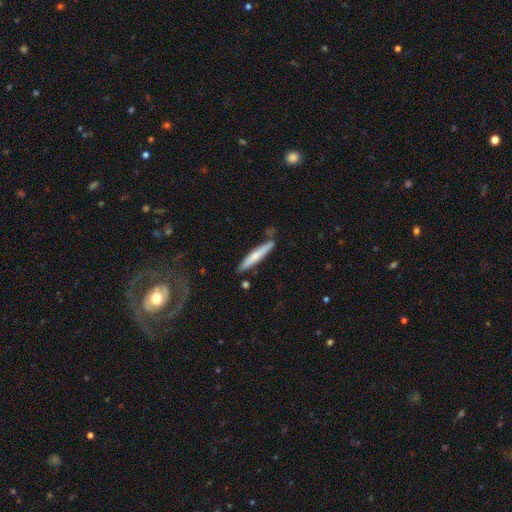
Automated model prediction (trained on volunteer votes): The model was most divided on "smooth or featured": smooth: 63%, featured or disk: 32%, star or artifact: 6%. More confident: how rounded — cigar-shaped (94%); merging — none (80%).